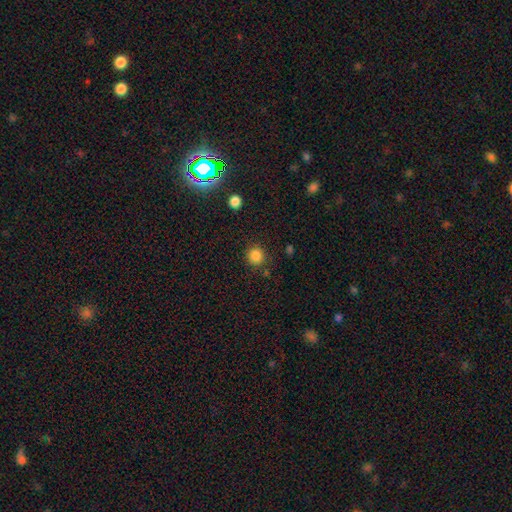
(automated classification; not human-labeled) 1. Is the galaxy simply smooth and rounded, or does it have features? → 85% smooth, 11% star or artifact, 4% featured or disk.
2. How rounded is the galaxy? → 91% round, 8% in between, 1% cigar-shaped.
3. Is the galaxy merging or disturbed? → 86% none, 8% minor disturbance, 3% major disturbance, 3% merger.